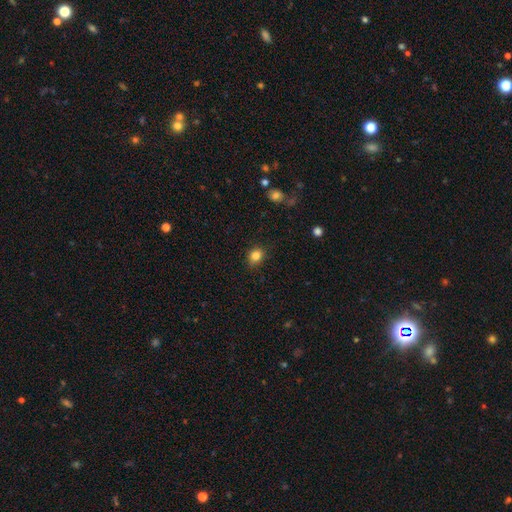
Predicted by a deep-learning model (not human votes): Smooth or featured? Predicted: smooth (p=0.83). How rounded? Predicted: round (p=0.61). Merging? Predicted: none (p=0.83).